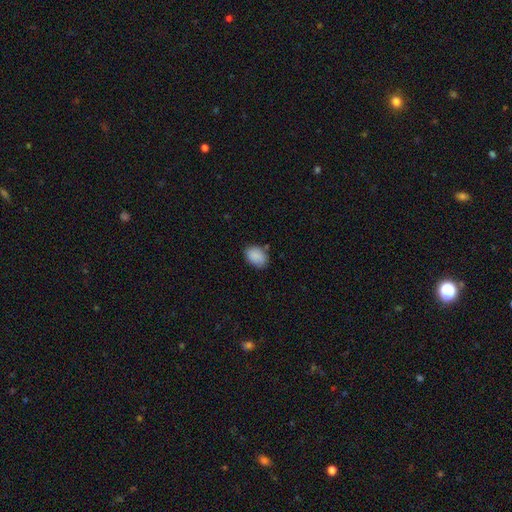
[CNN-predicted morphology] The model was most divided on "how rounded": in between: 76%, round: 23%, cigar-shaped: 1%. More confident: smooth or featured — smooth (88%); merging — none (77%).